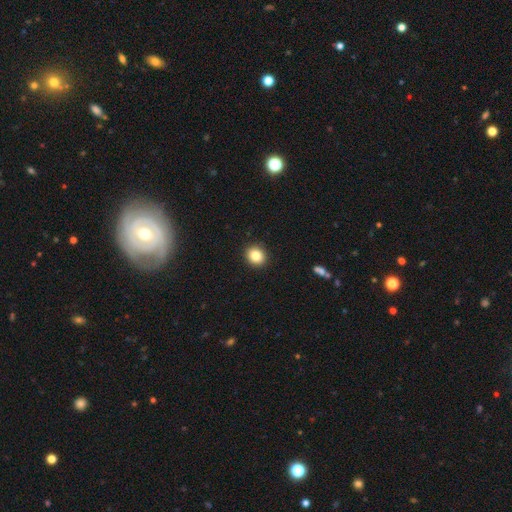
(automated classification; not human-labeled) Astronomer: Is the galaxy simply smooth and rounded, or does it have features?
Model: smooth — 84%.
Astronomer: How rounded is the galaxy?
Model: round — 78%.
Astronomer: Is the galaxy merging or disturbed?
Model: none — 92%.